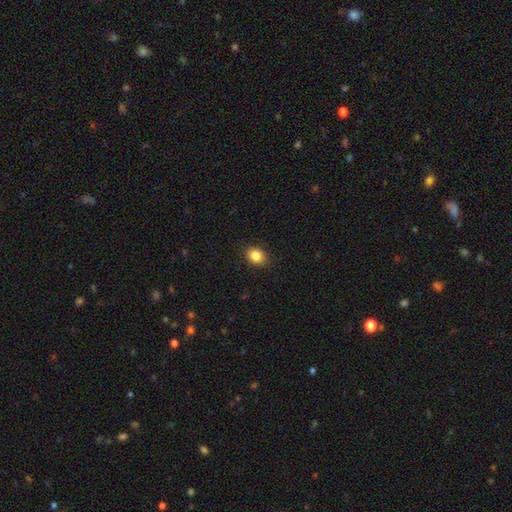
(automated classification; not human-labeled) Smooth or featured? smooth (85%)
How rounded? round (52%)
Merging? none (89%)